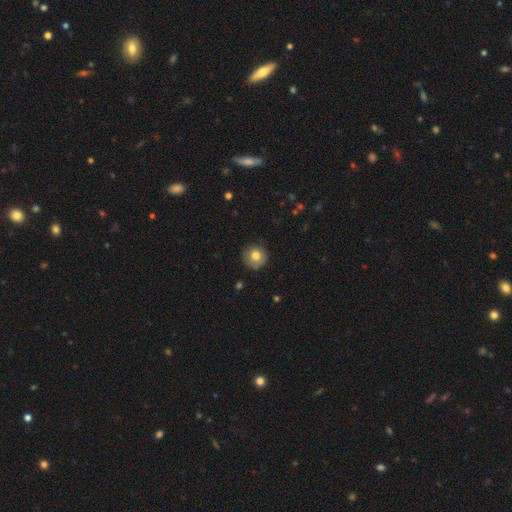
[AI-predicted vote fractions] The model was most divided on "smooth or featured": smooth: 79%, featured or disk: 12%, star or artifact: 9%. More confident: how rounded — round (94%); merging — none (83%).